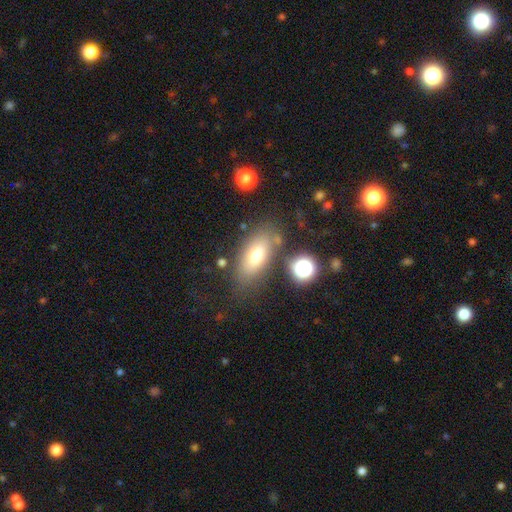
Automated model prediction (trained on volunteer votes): This is likely a smooth galaxy (69%). How rounded: clearly in between (82%). Merging: likely none (72%).